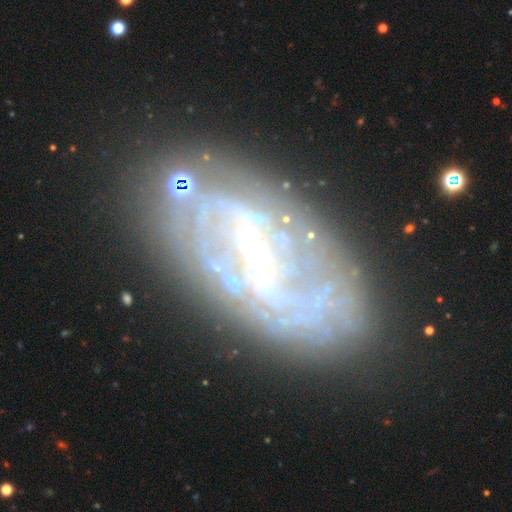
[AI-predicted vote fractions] Smooth or featured? featured or disk (79%)
Edge-on disk? no (93%)
Bar? strong (54%)
Spiral arms? yes (70%)
Spiral winding? tight (39%)
Spiral arm count? 2 (43%)
Bulge size? small (43%)
Merging? none (67%)